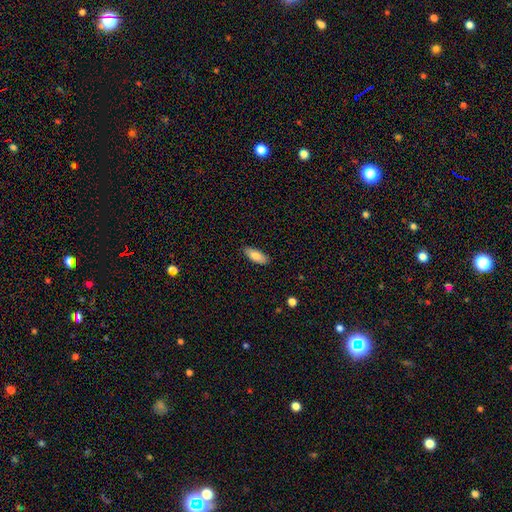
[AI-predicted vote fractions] smooth-or-featured: smooth: 84% | featured or disk: 9% | star or artifact: 6%
  how-rounded: in between: 75% | cigar-shaped: 23% | round: 2%
  merging: none: 86% | minor disturbance: 11% | major disturbance: 2% | merger: 1%